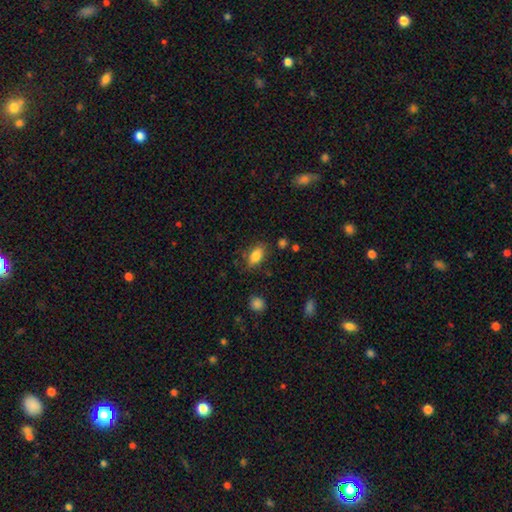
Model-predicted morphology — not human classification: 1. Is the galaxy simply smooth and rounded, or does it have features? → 83% smooth, 9% featured or disk, 8% star or artifact.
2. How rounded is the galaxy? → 89% in between, 6% round, 5% cigar-shaped.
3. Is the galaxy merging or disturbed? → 78% none, 16% minor disturbance, 4% major disturbance, 2% merger.